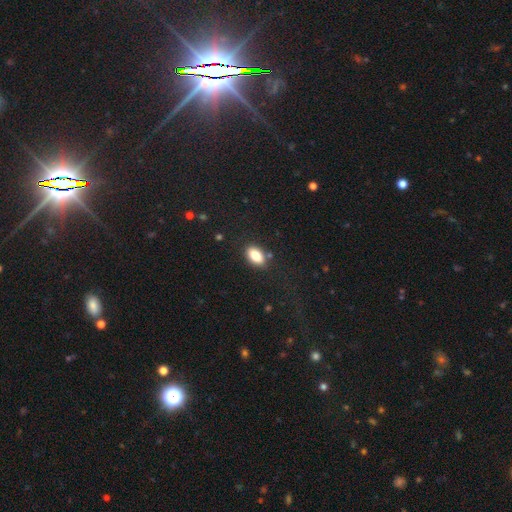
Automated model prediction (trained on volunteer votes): Smooth or featured? smooth (84%)
How rounded? in between (90%)
Merging? none (83%)